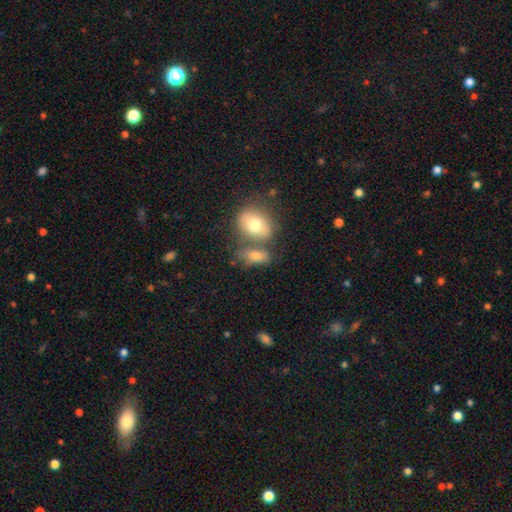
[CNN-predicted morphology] The model was most divided on "merging": none: 46%, merger: 35%, minor disturbance: 13%, major disturbance: 6%. More confident: how rounded — in between (78%); smooth or featured — smooth (74%).